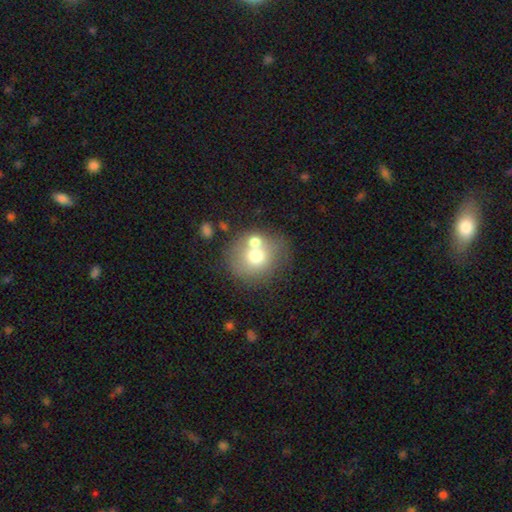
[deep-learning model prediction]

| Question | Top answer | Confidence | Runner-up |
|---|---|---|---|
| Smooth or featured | smooth | 68% | featured or disk (21%) |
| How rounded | round | 83% | in between (16%) |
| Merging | none | 50% | merger (33%) |